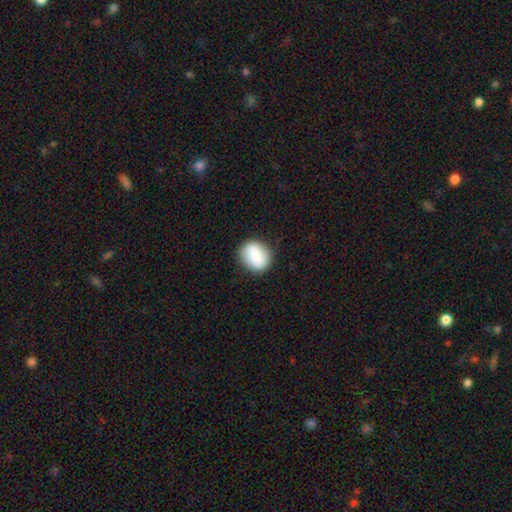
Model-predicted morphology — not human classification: smooth-or-featured: smooth: 81% | featured or disk: 12% | star or artifact: 7%
  how-rounded: round: 64% | in between: 34% | cigar-shaped: 1%
  merging: none: 84% | minor disturbance: 11% | major disturbance: 3% | merger: 1%